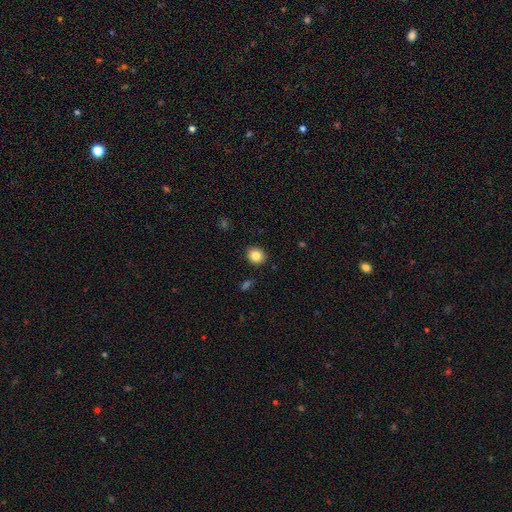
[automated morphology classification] Smooth or featured?
  - smooth: 84% *
  - star or artifact: 10%
  - featured or disk: 6%
How rounded?
  - round: 77% *
  - in between: 22%
  - cigar-shaped: 1%
Merging?
  - none: 90% *
  - minor disturbance: 7%
  - major disturbance: 2%
  - merger: 1%